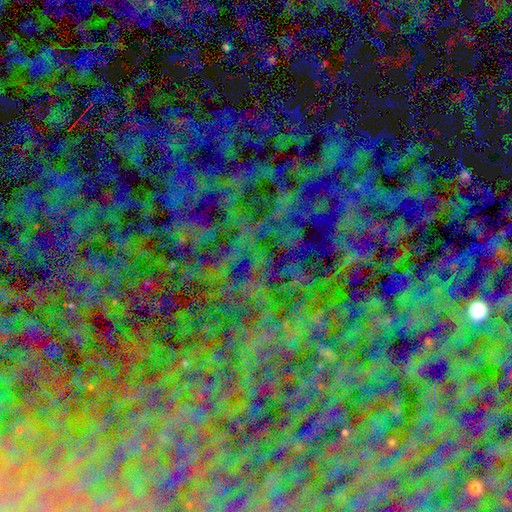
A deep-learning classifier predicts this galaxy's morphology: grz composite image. It shows a star or artifact, not a galaxy (79%).